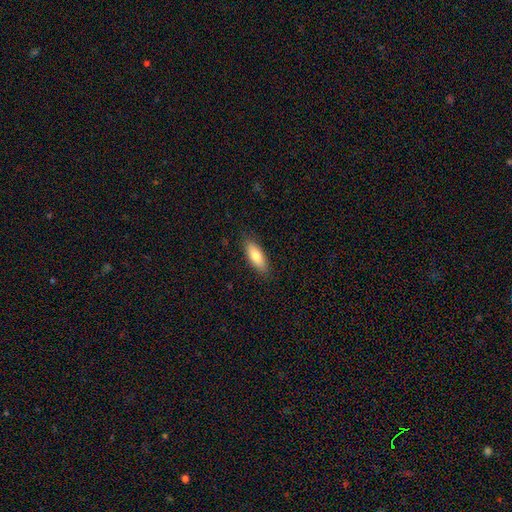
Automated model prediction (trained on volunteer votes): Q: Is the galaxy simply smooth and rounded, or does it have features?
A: smooth — 78%.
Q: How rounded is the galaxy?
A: in between — 69%.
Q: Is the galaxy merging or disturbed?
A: none — 87%.